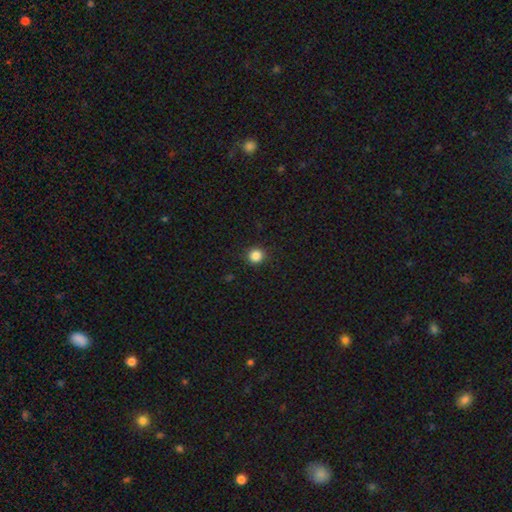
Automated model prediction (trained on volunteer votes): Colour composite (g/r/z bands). It shows a smooth galaxy with no disk features (86%) that is round (93%). Merging: none (91%).